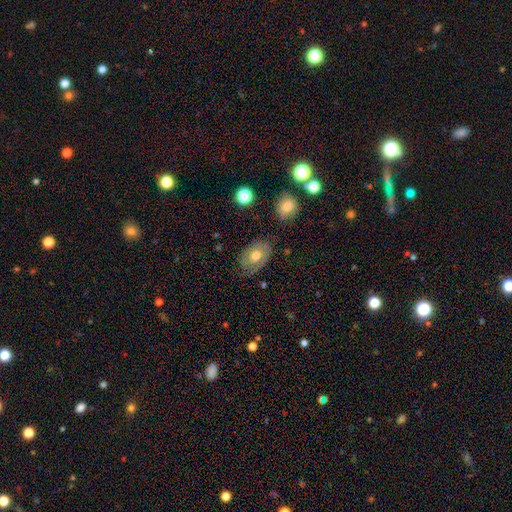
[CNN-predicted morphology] A smooth galaxy with no disk features (52%) that is in between round and cigar-shaped (80%).

Vote fractions:
- Smooth or featured? smooth: 52% / featured or disk: 40% / star or artifact: 7%
- How rounded? in between: 80% / round: 19% / cigar-shaped: 1%
- Merging? none: 74% / minor disturbance: 18% / major disturbance: 6% / merger: 2%